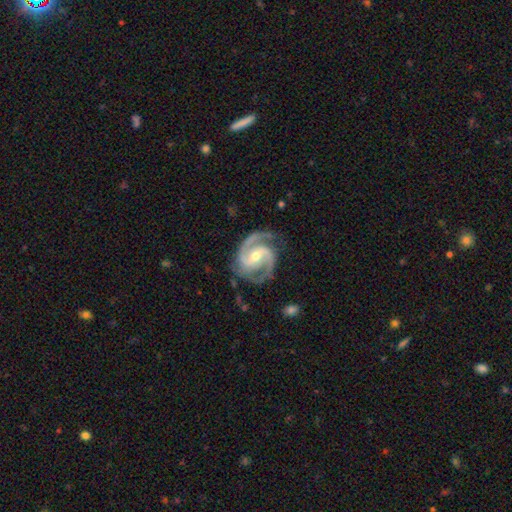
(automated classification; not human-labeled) Smooth or featured? featured or disk (94%)
Edge-on disk? no (98%)
Bar? weak (44%)
Spiral arms? yes (99%)
Spiral winding? medium (59%)
Spiral arm count? 2 (74%)
Bulge size? moderate (52%)
Merging? none (77%)